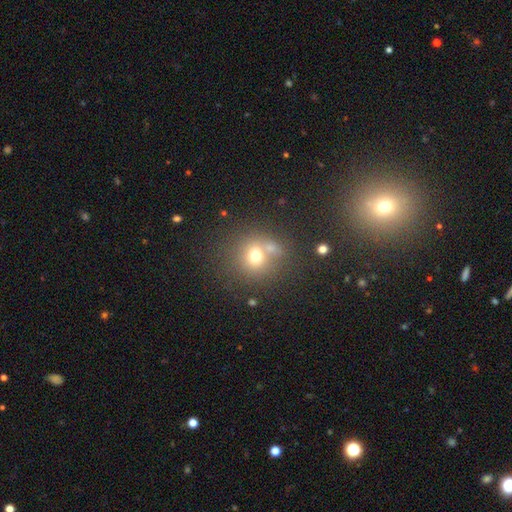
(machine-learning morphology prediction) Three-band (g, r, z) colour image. It shows a smooth galaxy with no disk features (69%) that is round (85%). Merging: none (56%).